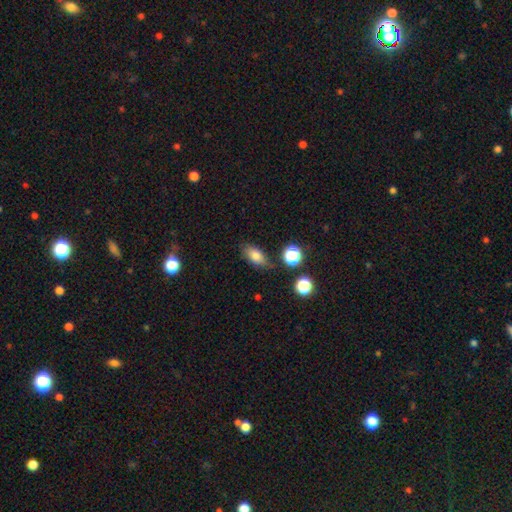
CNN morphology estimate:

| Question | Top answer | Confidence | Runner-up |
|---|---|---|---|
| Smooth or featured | smooth | 78% | featured or disk (11%) |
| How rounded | in between | 83% | round (10%) |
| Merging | none | 73% | minor disturbance (18%) |